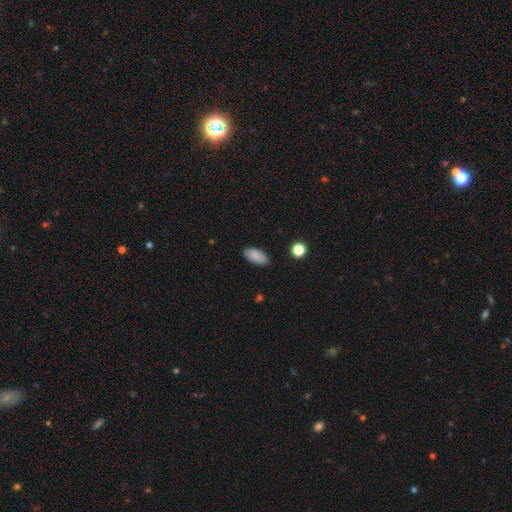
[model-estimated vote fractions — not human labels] A smooth galaxy with no disk features (86%) that is in between round and cigar-shaped (93%). Merging: none (86%).